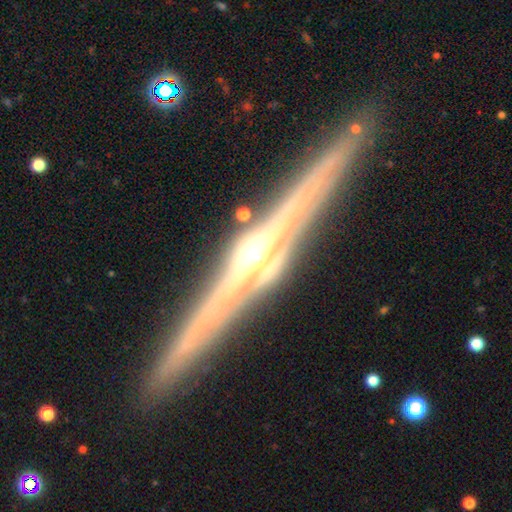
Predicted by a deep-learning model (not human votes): smooth_or_featured: featured or disk (p=0.87) [alt: smooth p=0.08]
disk_edge_on: yes (p=0.96) [alt: no p=0.04]
edge_on_bulge: rounded (p=0.88) [alt: boxy p=0.07]
merging: none (p=0.87) [alt: minor disturbance p=0.09]